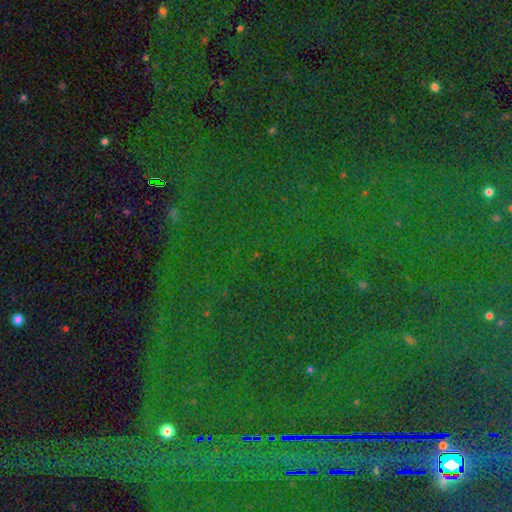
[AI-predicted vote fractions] Morphology: type=star or artifact (86%).